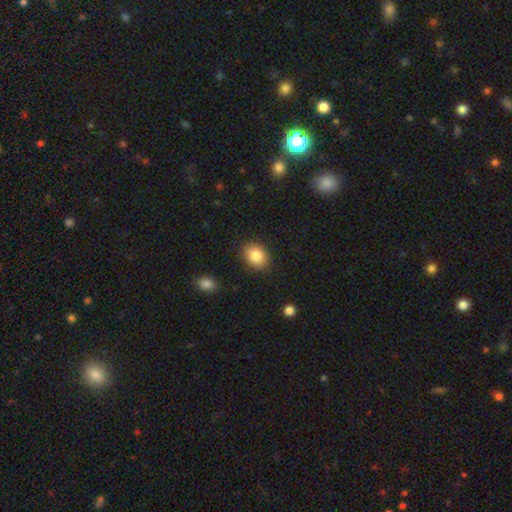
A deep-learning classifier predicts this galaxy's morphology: Smooth or featured: smooth — 85% (star or artifact — 8%)
How rounded: in between — 69% (round — 30%)
Merging: none — 87% (minor disturbance — 9%)